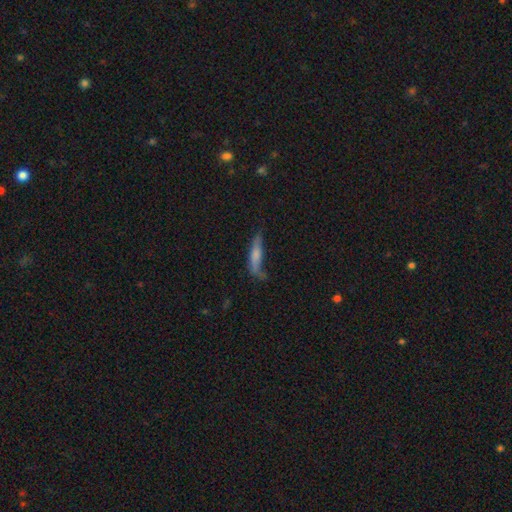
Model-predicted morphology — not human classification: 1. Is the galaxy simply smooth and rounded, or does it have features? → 65% smooth, 27% featured or disk, 8% star or artifact.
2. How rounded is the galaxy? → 78% cigar-shaped, 20% in between, 2% round.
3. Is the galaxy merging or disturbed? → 46% none, 30% minor disturbance, 18% major disturbance, 6% merger.